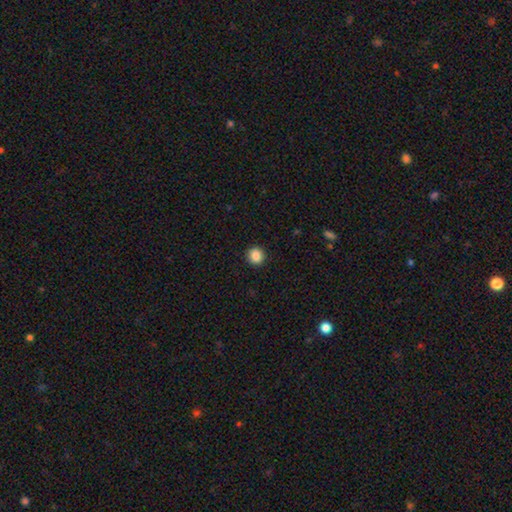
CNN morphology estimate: Smooth or featured: smooth — 87% (star or artifact — 9%)
How rounded: round — 88% (in between — 11%)
Merging: none — 92% (minor disturbance — 5%)